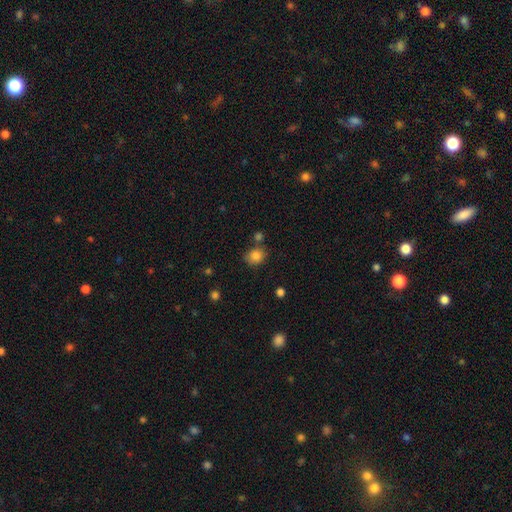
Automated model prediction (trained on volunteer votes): smooth-or-featured: smooth: 84% | star or artifact: 10% | featured or disk: 6%
  how-rounded: round: 68% | in between: 32% | cigar-shaped: 1%
  merging: none: 66% | minor disturbance: 18% | merger: 11% | major disturbance: 5%